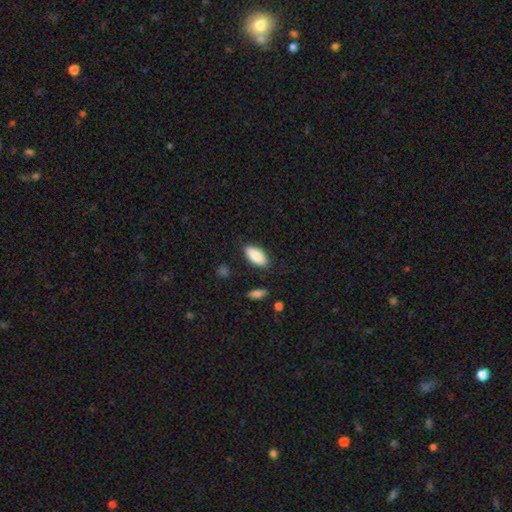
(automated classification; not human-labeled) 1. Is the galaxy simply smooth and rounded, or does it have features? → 88% smooth, 6% star or artifact, 5% featured or disk.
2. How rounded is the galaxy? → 85% in between, 13% cigar-shaped, 2% round.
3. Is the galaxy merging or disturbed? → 85% none, 10% minor disturbance, 3% major disturbance, 2% merger.